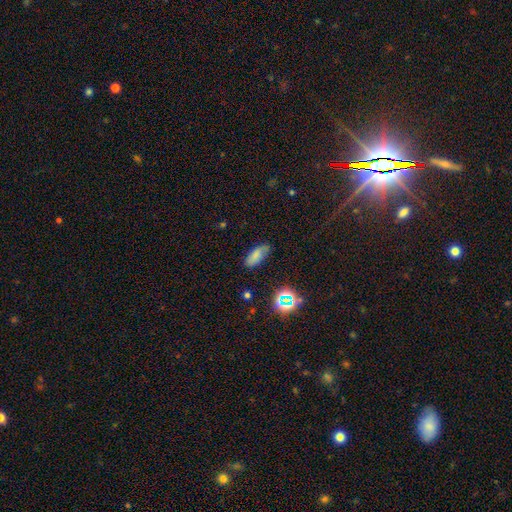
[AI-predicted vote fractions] This is likely a smooth galaxy (75%). How rounded: likely in between (79%). Merging: likely none (79%).